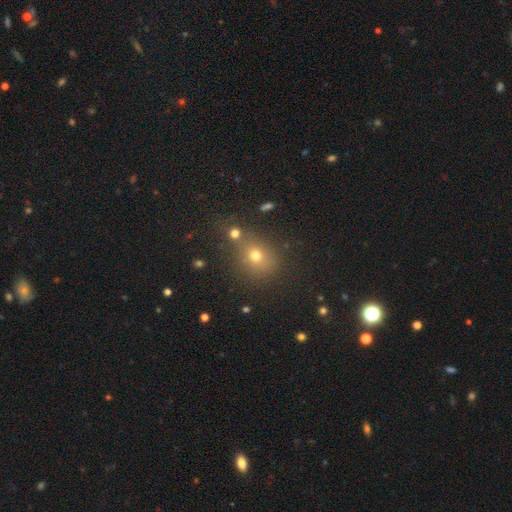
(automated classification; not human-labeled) smooth-or-featured: smooth: 67% | star or artifact: 22% | featured or disk: 11%
  how-rounded: round: 72% | in between: 27% | cigar-shaped: 1%
  merging: none: 65% | merger: 18% | minor disturbance: 12% | major disturbance: 5%